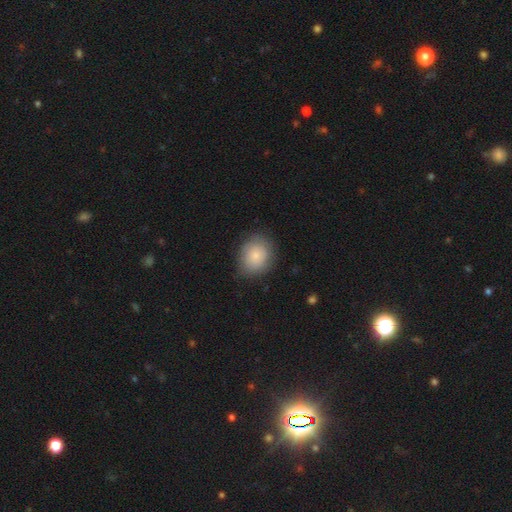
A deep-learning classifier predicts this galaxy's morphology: Smooth or featured? Predicted: smooth (p=0.83). How rounded? Predicted: round (p=0.72). Merging? Predicted: none (p=0.79).